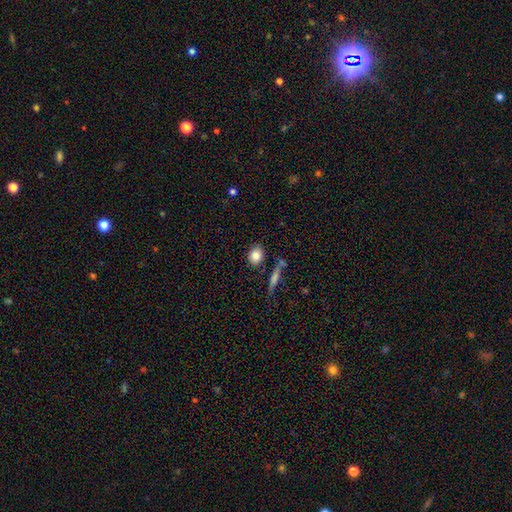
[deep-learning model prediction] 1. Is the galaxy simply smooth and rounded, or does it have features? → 83% smooth, 8% star or artifact, 8% featured or disk.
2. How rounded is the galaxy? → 52% round, 45% in between, 3% cigar-shaped.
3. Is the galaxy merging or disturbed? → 80% none, 10% minor disturbance, 7% merger, 3% major disturbance.